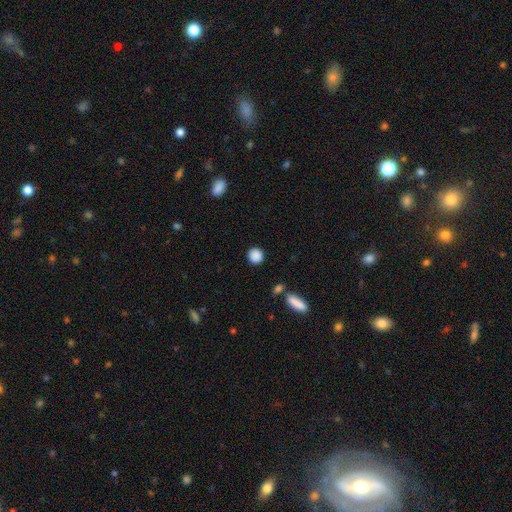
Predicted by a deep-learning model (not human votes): smooth_or_featured: smooth (p=0.88) [alt: star or artifact p=0.09]
how_rounded: round (p=0.90) [alt: in between p=0.09]
merging: none (p=0.88) [alt: minor disturbance p=0.07]